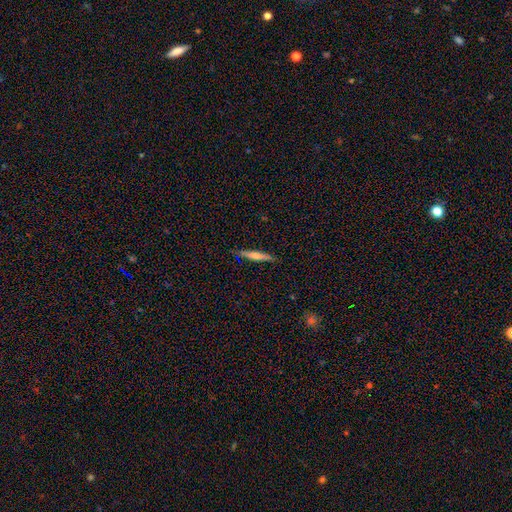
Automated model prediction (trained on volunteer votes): Smooth or featured? featured or disk (48%)
Merging? none (89%)